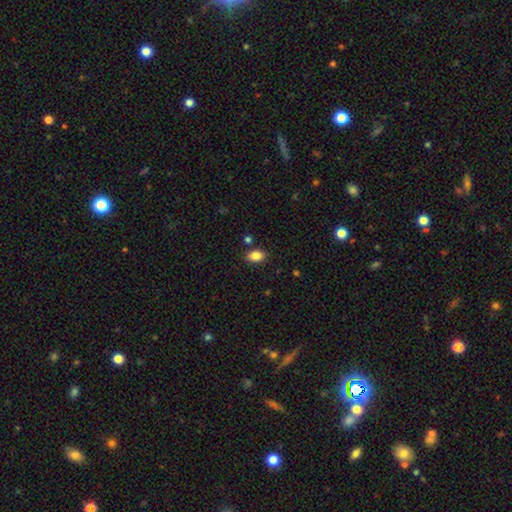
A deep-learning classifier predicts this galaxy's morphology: smooth-or-featured: smooth: 86% | star or artifact: 9% | featured or disk: 5%
  how-rounded: in between: 84% | round: 15% | cigar-shaped: 1%
  merging: none: 84% | minor disturbance: 10% | merger: 4% | major disturbance: 3%